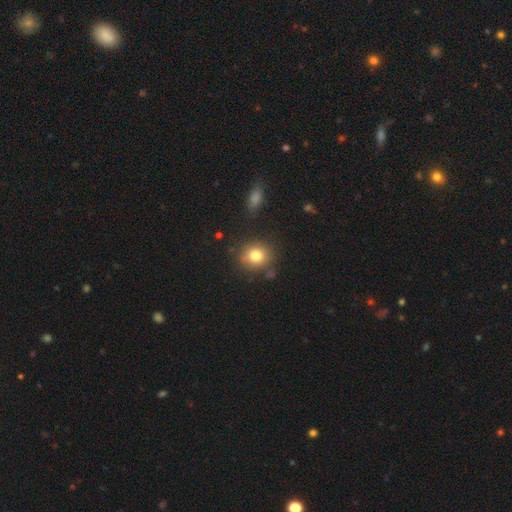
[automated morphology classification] smooth 81%, star or artifact 11%, featured or disk 9%. Down the decision tree: how rounded — round (77%); merging — none (81%).